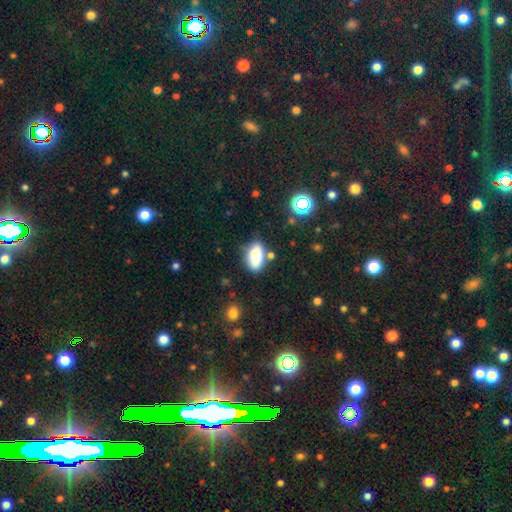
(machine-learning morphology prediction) Smooth or featured? Predicted: smooth (p=0.80). How rounded? Predicted: in between (p=0.90). Merging? Predicted: none (p=0.62).